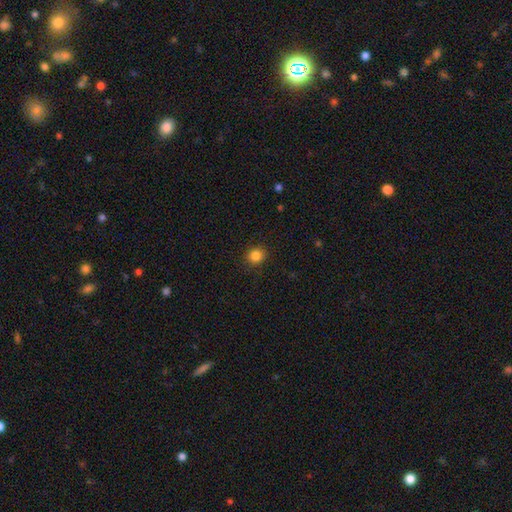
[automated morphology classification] smooth-or-featured: smooth: 85% | star or artifact: 11% | featured or disk: 4%
  how-rounded: round: 80% | in between: 19% | cigar-shaped: 1%
  merging: none: 90% | minor disturbance: 7% | major disturbance: 2% | merger: 1%